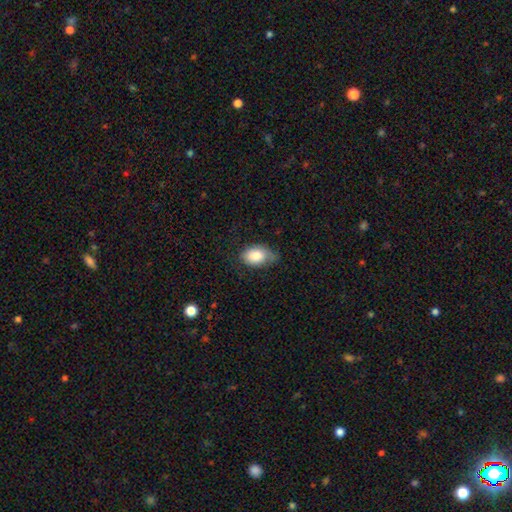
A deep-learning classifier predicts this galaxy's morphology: Smooth or featured: smooth — 82% (featured or disk — 11%)
How rounded: in between — 85% (round — 14%)
Merging: none — 57% (minor disturbance — 33%)